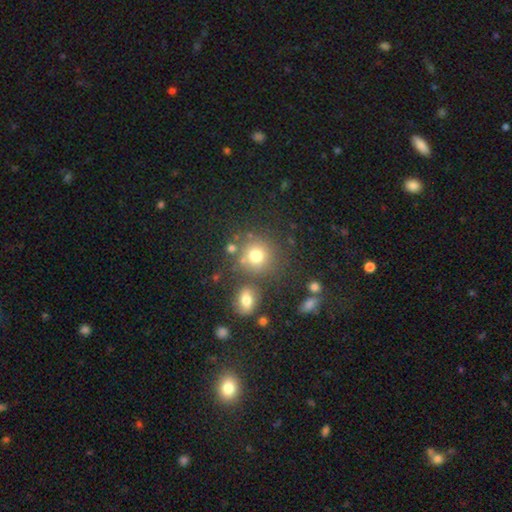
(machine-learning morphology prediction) A smooth galaxy with no disk features (75%) that is round (87%). Merging: none (71%).